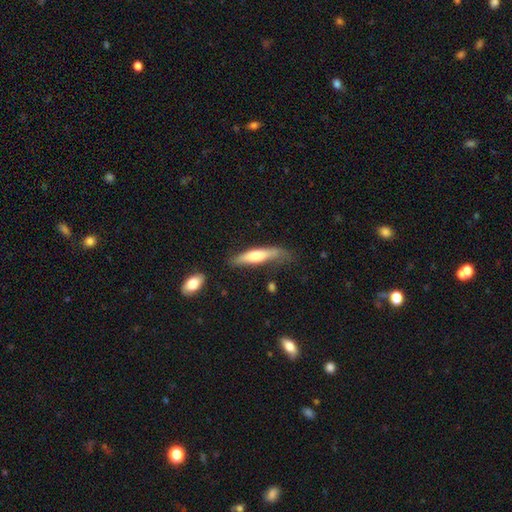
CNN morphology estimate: Overall: smooth (61%; featured or disk 34%). How rounded: cigar-shaped (77%). Merging: none (56%; minor disturbance 29%).